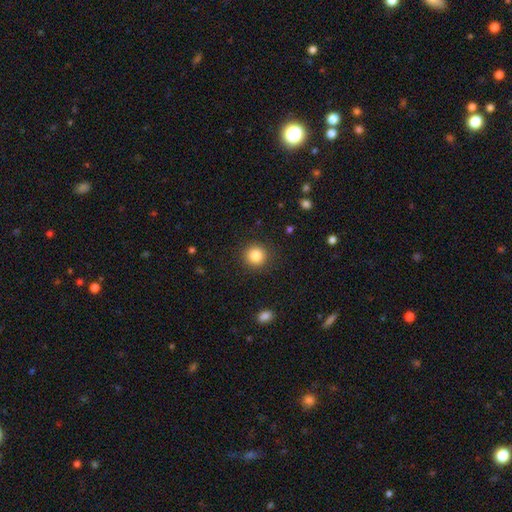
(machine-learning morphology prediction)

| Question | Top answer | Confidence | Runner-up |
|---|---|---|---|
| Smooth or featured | smooth | 84% | star or artifact (10%) |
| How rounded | round | 93% | in between (6%) |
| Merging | none | 90% | minor disturbance (6%) |